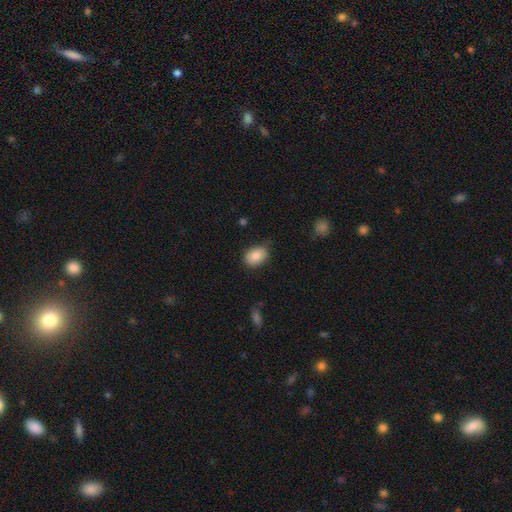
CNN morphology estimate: This appears to be a smooth galaxy with no disk features (83%) that is in between round and cigar-shaped (70%). Merging: none (74%).